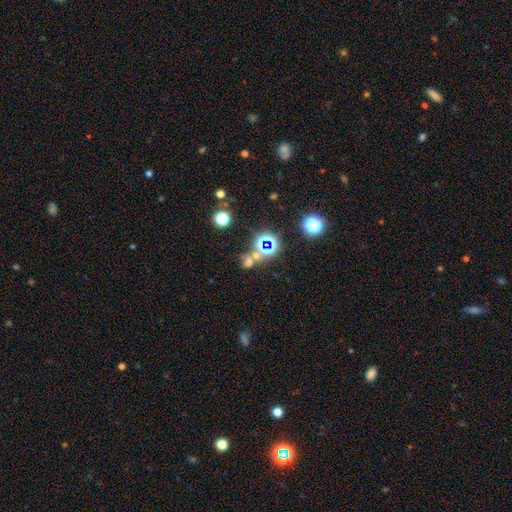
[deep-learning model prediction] Q: Smooth or featured?
A: star or artifact (51%); runner-up: smooth (38%)